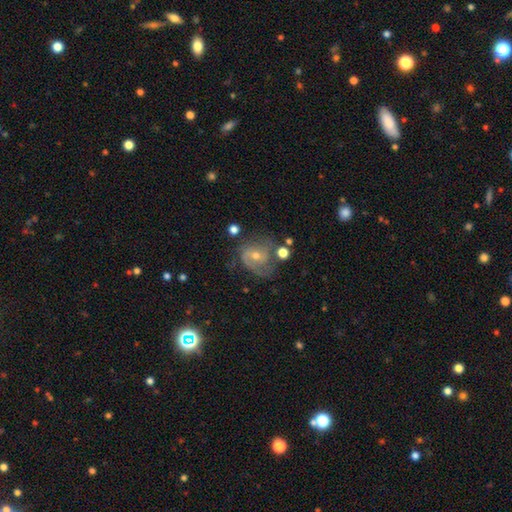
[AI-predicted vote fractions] Morphology: type=featured or disk (75%); edge-on=no (97%); bar=no (54%); spiral arms=yes (90%); winding=medium (43%); arm count=2 (47%); bulge=small (49%); merging=none (57%).